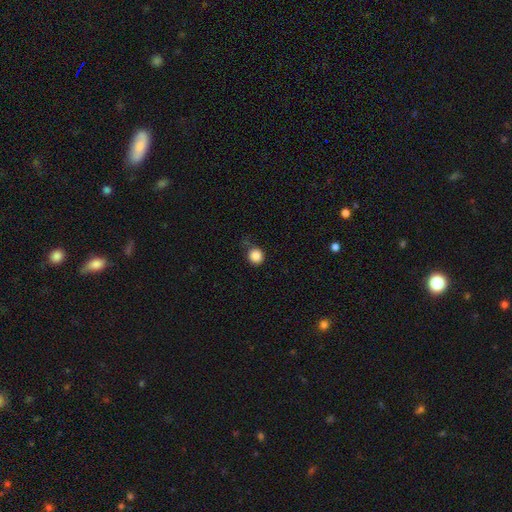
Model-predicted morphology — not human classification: This is clearly a smooth galaxy (86%). How rounded: clearly round (91%). Merging: likely none (71%).